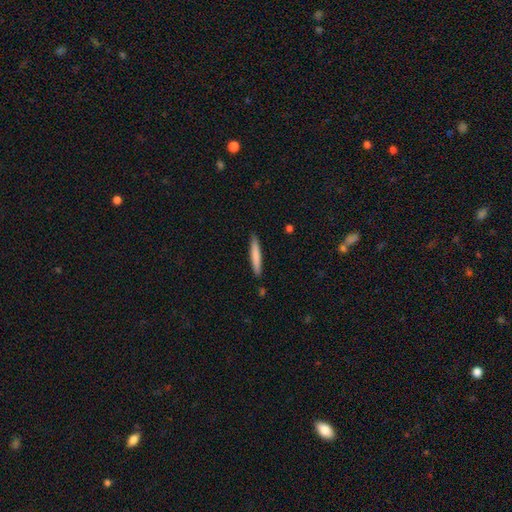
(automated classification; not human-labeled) smooth 75%, featured or disk 19%, star or artifact 5%. Down the decision tree: how rounded — cigar-shaped (94%); merging — none (88%).